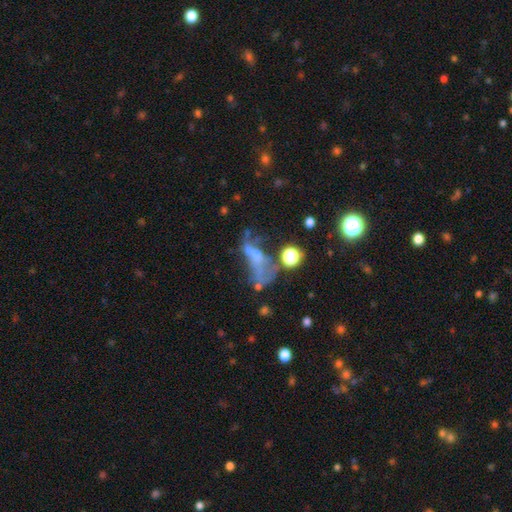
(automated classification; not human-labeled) A featured or disk galaxy (42%).

Vote fractions:
- Smooth or featured? featured or disk: 42% / smooth: 31% / star or artifact: 27%
- Merging? major disturbance: 38% / merger: 24% / none: 24% / minor disturbance: 14%